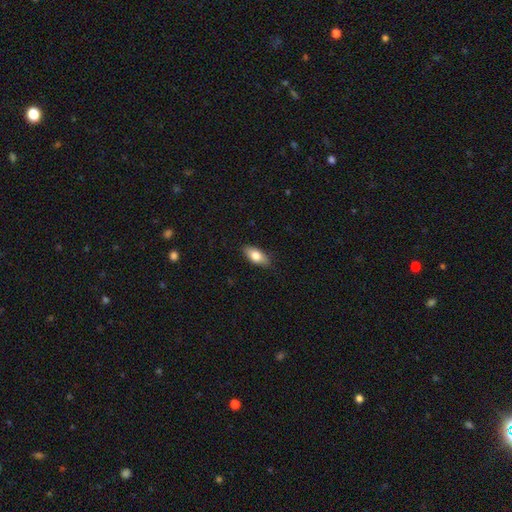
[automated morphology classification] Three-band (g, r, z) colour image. It shows a smooth galaxy with no disk features (78%) that is in between round and cigar-shaped (86%). Merging: none (86%).